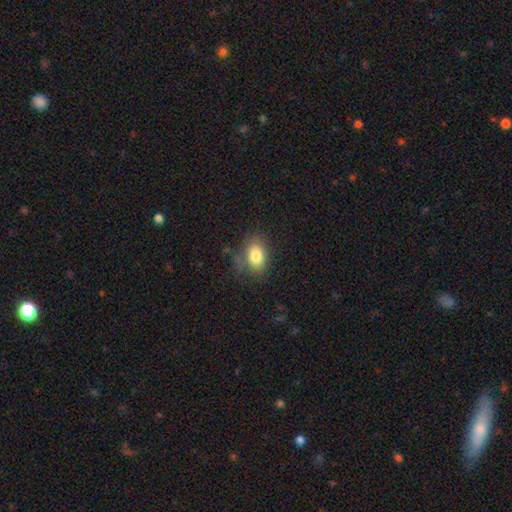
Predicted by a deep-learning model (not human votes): Morphology: type=smooth (82%); roundness=in between (82%); merging=none (74%).